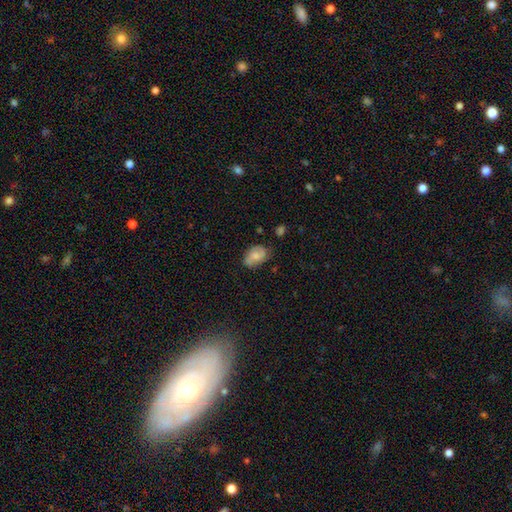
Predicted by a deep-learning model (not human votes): Smooth or featured? smooth (57%)
How rounded? in between (81%)
Merging? none (63%)